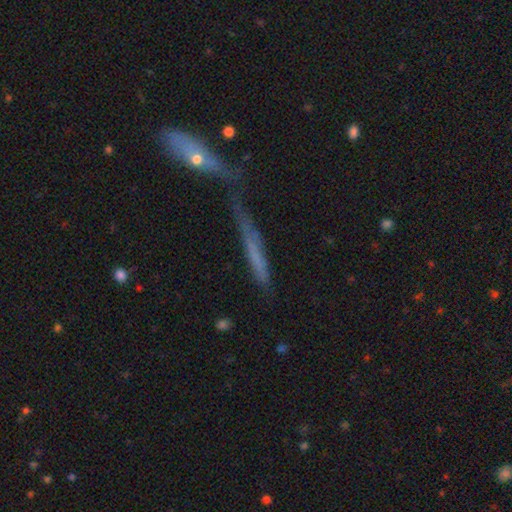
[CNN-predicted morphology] A smooth galaxy with no disk features (53%) that is cigar-shaped (91%). Merging: none (48%).